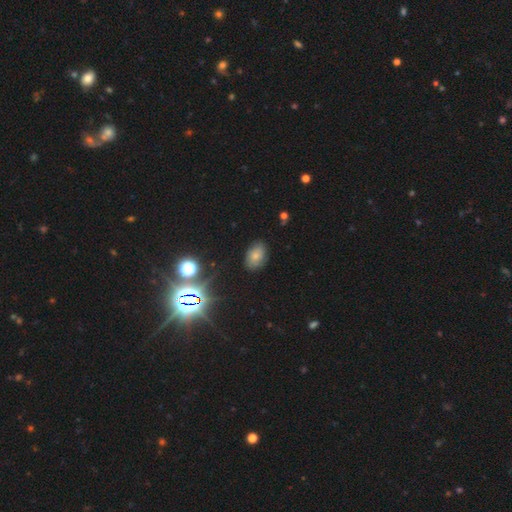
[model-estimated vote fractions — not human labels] Smooth or featured?
  - smooth: 69% *
  - star or artifact: 18%
  - featured or disk: 13%
How rounded?
  - in between: 86% *
  - round: 13%
  - cigar-shaped: 1%
Merging?
  - none: 82% *
  - minor disturbance: 13%
  - major disturbance: 3%
  - merger: 1%